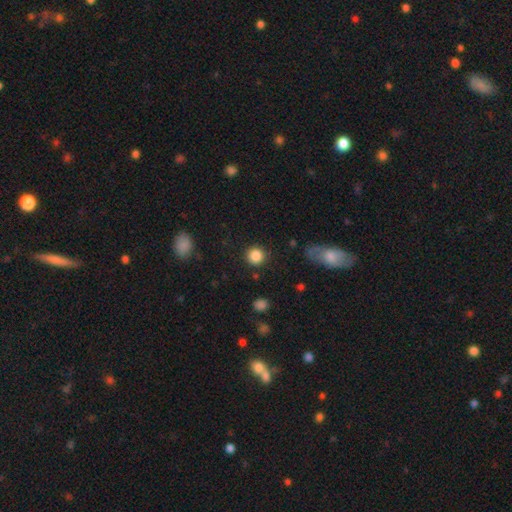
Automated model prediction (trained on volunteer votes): Smooth or featured: smooth — 86% (star or artifact — 10%)
How rounded: round — 94% (in between — 6%)
Merging: none — 88% (minor disturbance — 7%)